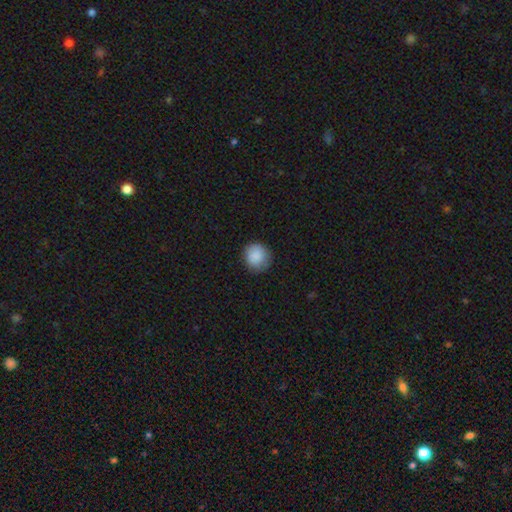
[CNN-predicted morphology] Smooth or featured?
  - smooth: 88% *
  - star or artifact: 7%
  - featured or disk: 5%
How rounded?
  - round: 90% *
  - in between: 9%
  - cigar-shaped: 1%
Merging?
  - none: 82% *
  - minor disturbance: 14%
  - major disturbance: 3%
  - merger: 1%